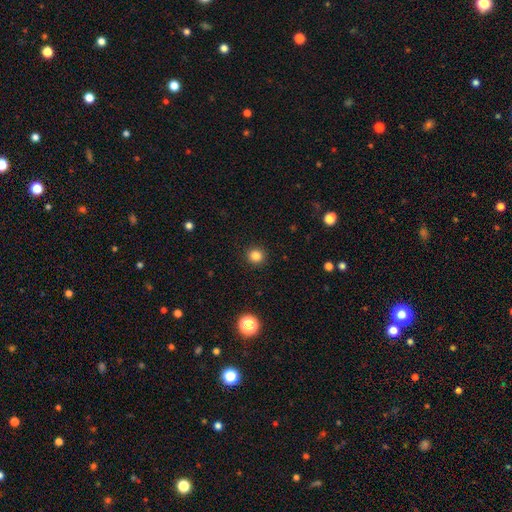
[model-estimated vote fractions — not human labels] smooth_or_featured: smooth (p=0.84) [alt: star or artifact p=0.12]
how_rounded: round (p=0.93) [alt: in between p=0.06]
merging: none (p=0.92) [alt: minor disturbance p=0.05]